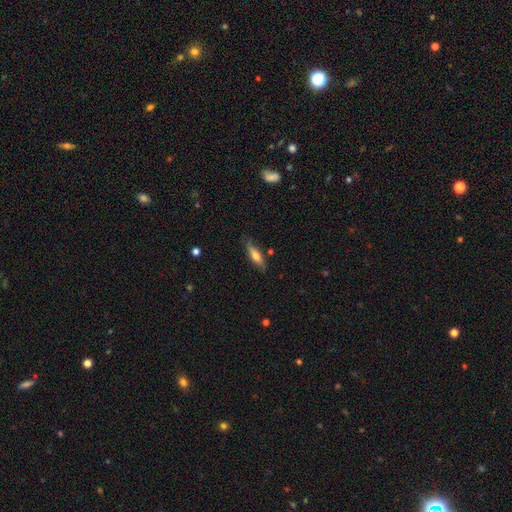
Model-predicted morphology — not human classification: This appears to be a smooth galaxy with no disk features (57%) that is cigar-shaped (65%). Merging: none (75%).